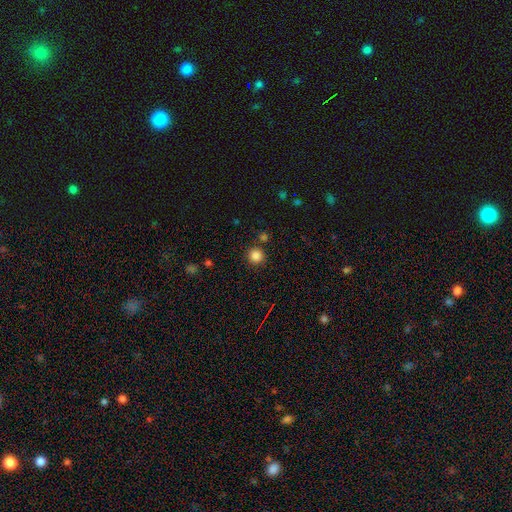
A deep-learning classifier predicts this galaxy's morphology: Smooth or featured? smooth (83%)
How rounded? round (94%)
Merging? none (86%)